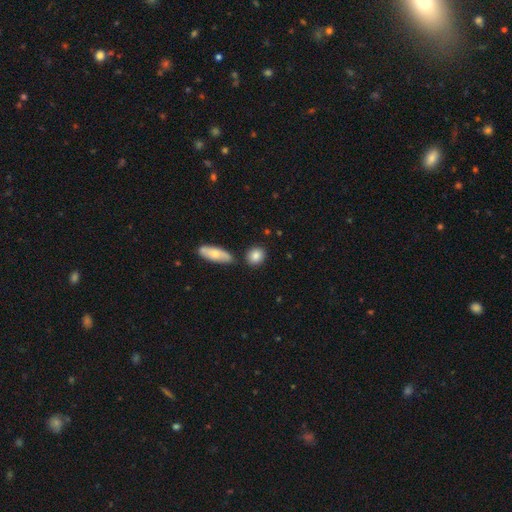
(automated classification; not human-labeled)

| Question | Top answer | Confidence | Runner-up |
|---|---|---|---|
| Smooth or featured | smooth | 85% | featured or disk (8%) |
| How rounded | round | 63% | in between (33%) |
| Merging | none | 79% | minor disturbance (10%) |